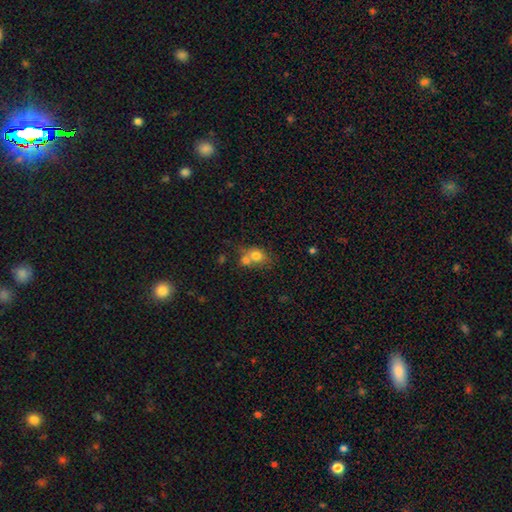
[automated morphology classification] Smooth or featured? Predicted: smooth (p=0.74). How rounded? Predicted: round (p=0.59). Merging? Predicted: merger (p=0.49).